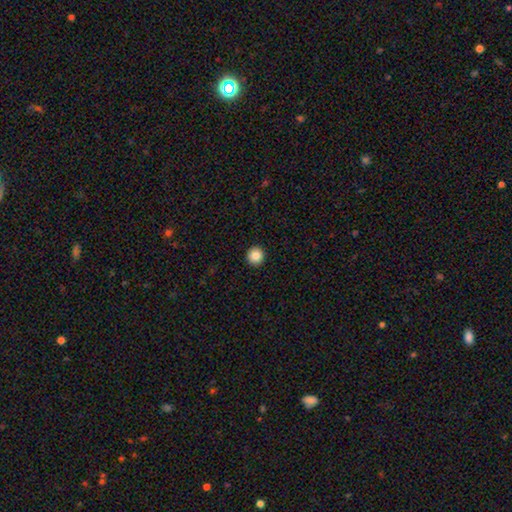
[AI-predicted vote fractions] Q: Smooth or featured?
A: smooth (85%); runner-up: star or artifact (10%)
Q: How rounded?
A: round (95%); runner-up: in between (4%)
Q: Merging?
A: none (94%); runner-up: minor disturbance (4%)